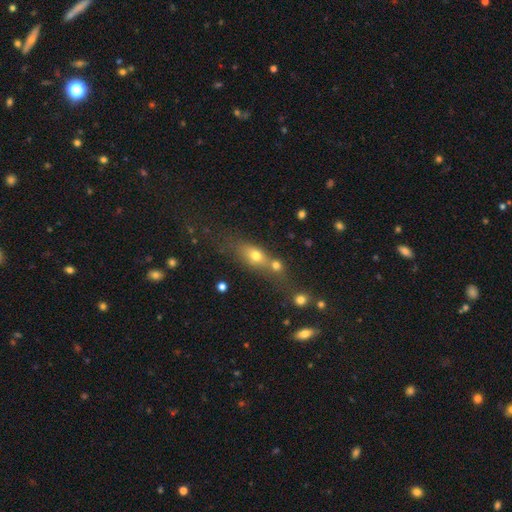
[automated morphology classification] Overall: smooth (68%). How rounded: in between (57%; round 26%). Merging: merger (48%; none 34%).